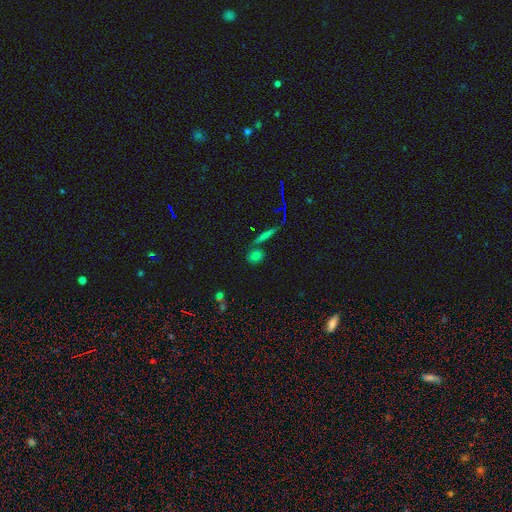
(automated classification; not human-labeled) The model was most divided on "how rounded": round: 56%, in between: 34%, cigar-shaped: 10%. More confident: smooth or featured — smooth (69%); merging — none (67%).